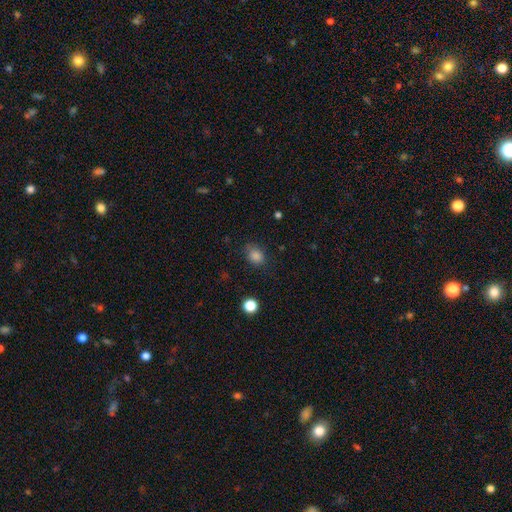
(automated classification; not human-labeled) This is clearly a smooth galaxy (83%). How rounded: possibly round (52%). Merging: likely none (73%).